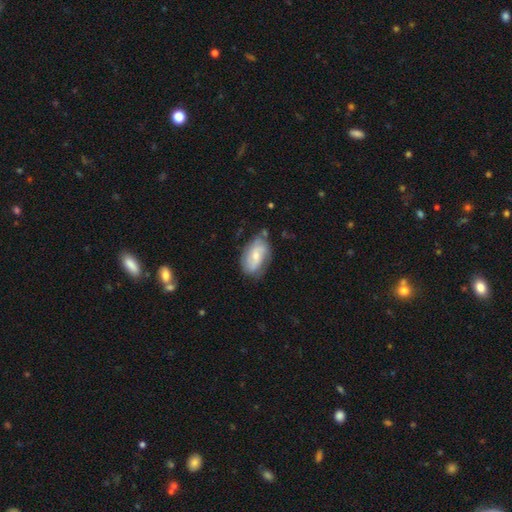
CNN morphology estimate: smooth_or_featured: featured or disk (p=0.52) [alt: smooth p=0.41]
disk_edge_on: no (p=0.95) [alt: yes p=0.05]
merging: none (p=0.63) [alt: minor disturbance p=0.25]